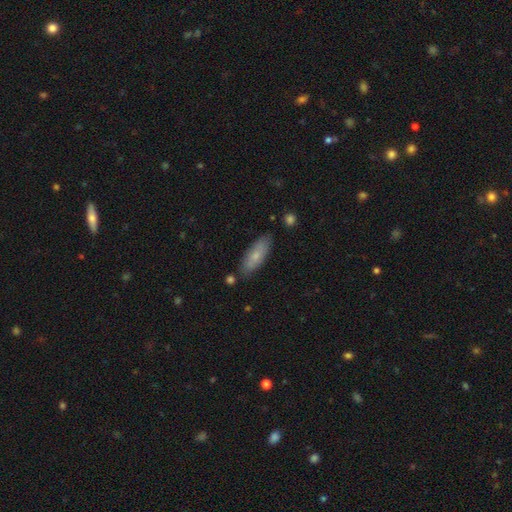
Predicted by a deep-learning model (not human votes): A smooth galaxy with no disk features (72%) that is in between round and cigar-shaped (62%). Merging: none (79%).